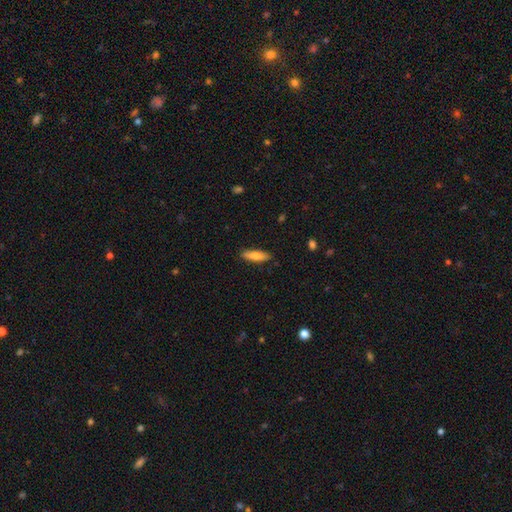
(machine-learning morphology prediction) The model was most divided on "how rounded": cigar-shaped: 57%, in between: 41%, round: 2%. More confident: merging — none (87%); smooth or featured — smooth (71%).